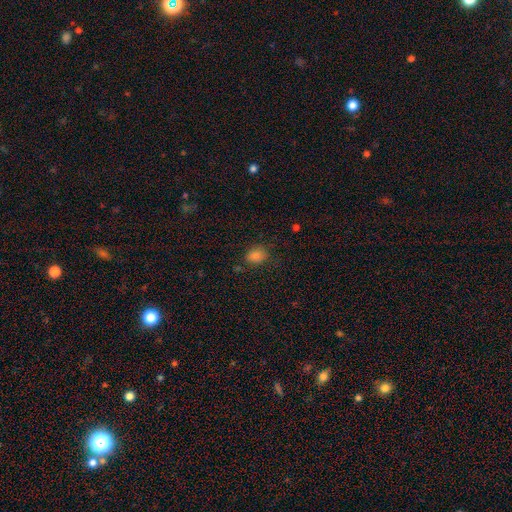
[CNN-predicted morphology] smooth-or-featured: smooth: 81% | star or artifact: 14% | featured or disk: 6%
  how-rounded: in between: 54% | round: 44% | cigar-shaped: 1%
  merging: none: 78% | minor disturbance: 15% | major disturbance: 4% | merger: 3%